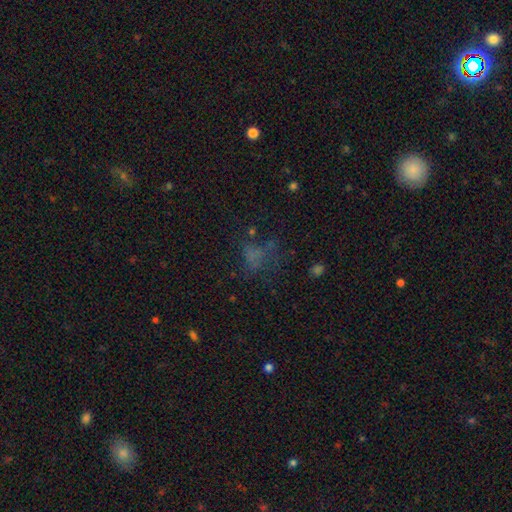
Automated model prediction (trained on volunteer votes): smooth_or_featured: smooth (p=0.50) [alt: star or artifact p=0.30]
merging: none (p=0.47) [alt: major disturbance p=0.29]